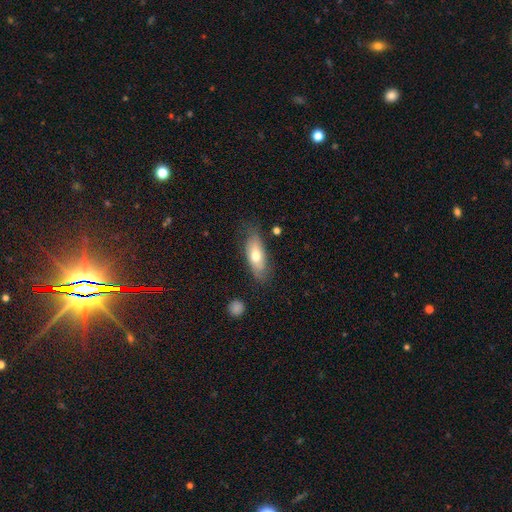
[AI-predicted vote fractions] Overall: smooth (64%; featured or disk 29%). How rounded: in between (78%). Merging: none (68%).